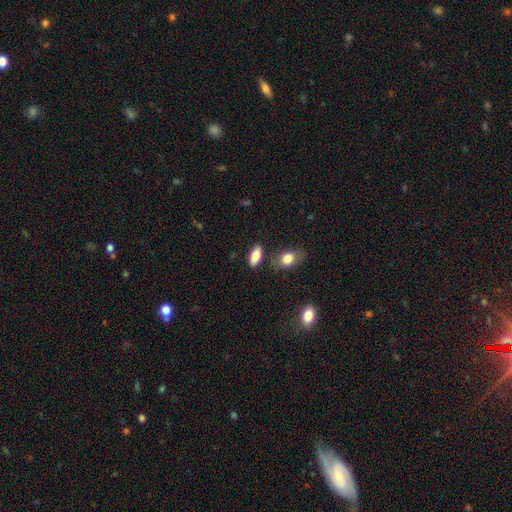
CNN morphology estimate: The model was most divided on "merging": none: 80%, minor disturbance: 11%, merger: 6%, major disturbance: 3%. More confident: how rounded — in between (84%); smooth or featured — smooth (82%).